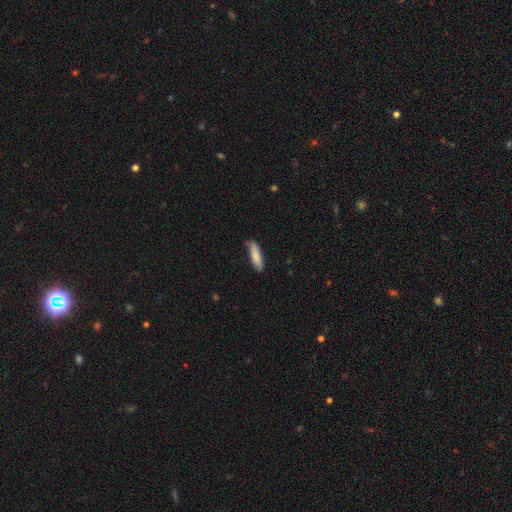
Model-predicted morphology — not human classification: type=smooth (84%); roundness=cigar-shaped (69%); merging=none (79%).